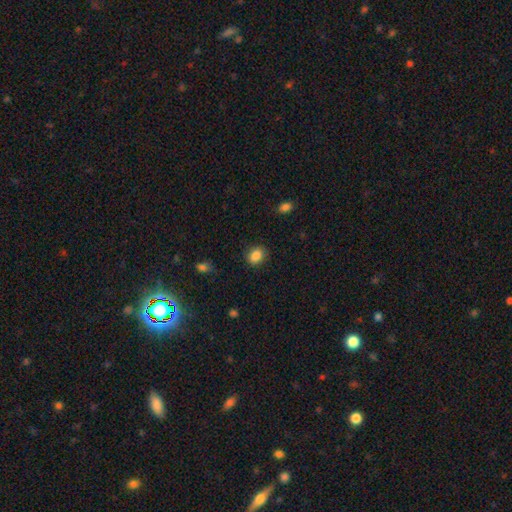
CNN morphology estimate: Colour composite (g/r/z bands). It shows a smooth galaxy with no disk features (86%) that is in between round and cigar-shaped (53%). Merging: none (85%).